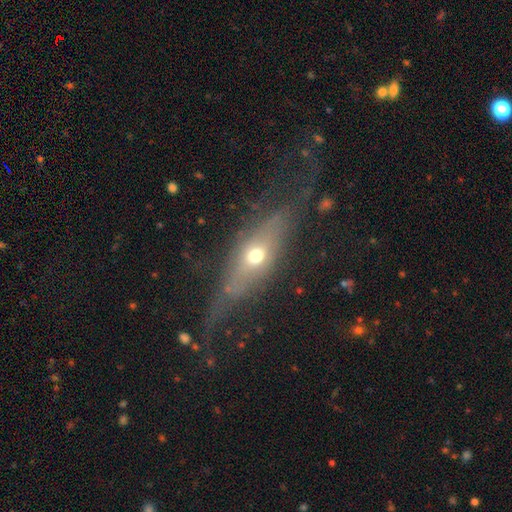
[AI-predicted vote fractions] A featured or disk galaxy (46%). Merging: none (68%).